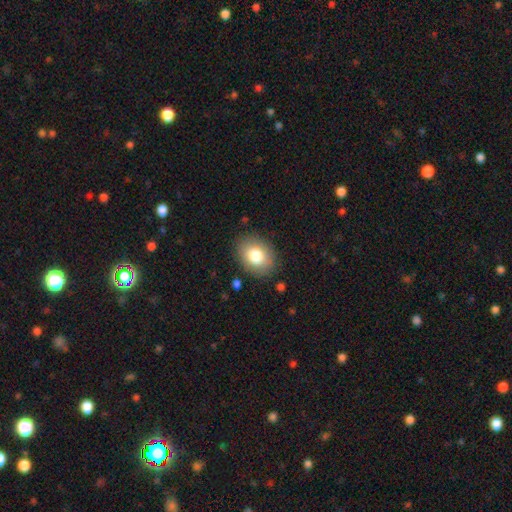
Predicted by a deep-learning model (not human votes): Q: Smooth or featured?
A: smooth (80%); runner-up: featured or disk (12%)
Q: How rounded?
A: in between (64%); runner-up: round (35%)
Q: Merging?
A: none (85%); runner-up: minor disturbance (10%)